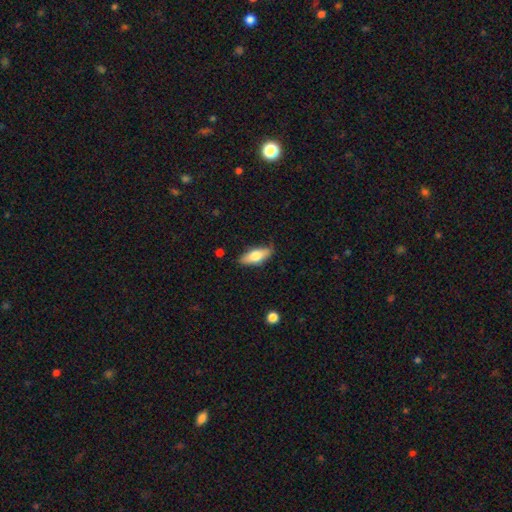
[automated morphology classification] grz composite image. It shows a smooth galaxy with no disk features (68%) that is in between round and cigar-shaped (73%). Merging: none (80%).